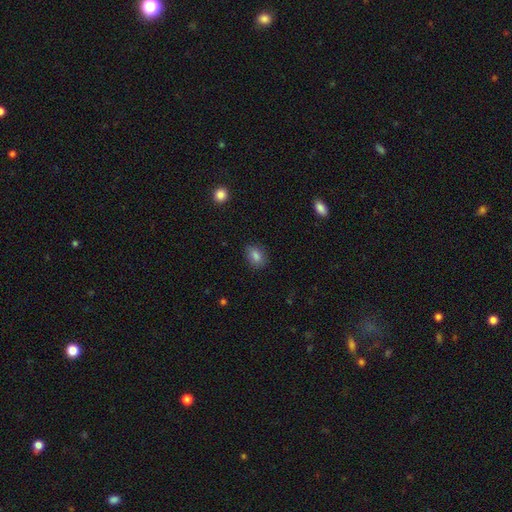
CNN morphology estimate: Smooth or featured? Predicted: smooth (p=0.84). How rounded? Predicted: in between (p=0.79). Merging? Predicted: none (p=0.83).